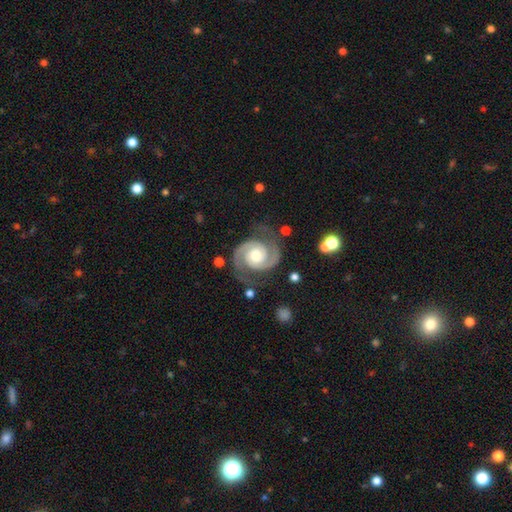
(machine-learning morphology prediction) Overall: featured or disk (93%). Edge-on disk: no (98%). Bar: no (68%). Spiral arms: yes (98%). Spiral arm count: 2 (94%). Spiral winding: tight (48%; medium 45%). Bulge size: moderate (68%). Merging: none (75%).